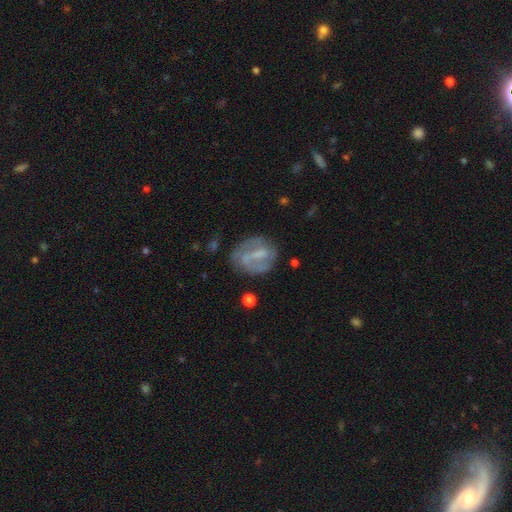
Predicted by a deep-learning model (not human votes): Q: Smooth or featured?
A: featured or disk (59%); runner-up: smooth (33%)
Q: Edge-on disk?
A: no (96%); runner-up: yes (4%)
Q: Bar?
A: weak (40%); runner-up: strong (31%)
Q: Spiral arms?
A: yes (54%); runner-up: no (46%)
Q: Bulge size?
A: none (45%); runner-up: small (26%)
Q: Merging?
A: none (60%); runner-up: minor disturbance (22%)